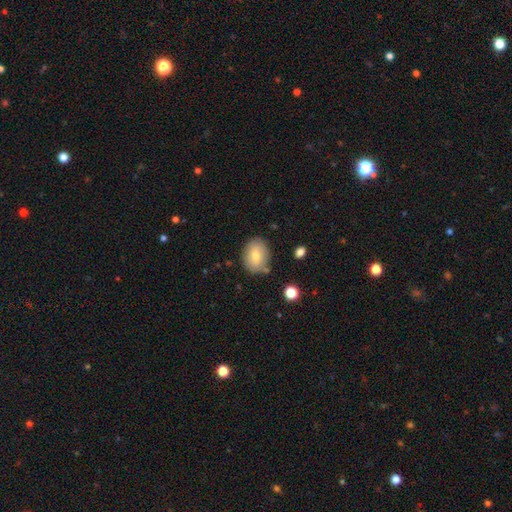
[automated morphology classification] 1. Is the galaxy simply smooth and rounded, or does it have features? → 75% smooth, 17% featured or disk, 8% star or artifact.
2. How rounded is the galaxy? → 62% in between, 37% round, 1% cigar-shaped.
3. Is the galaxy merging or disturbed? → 77% none, 15% minor disturbance, 4% merger, 3% major disturbance.